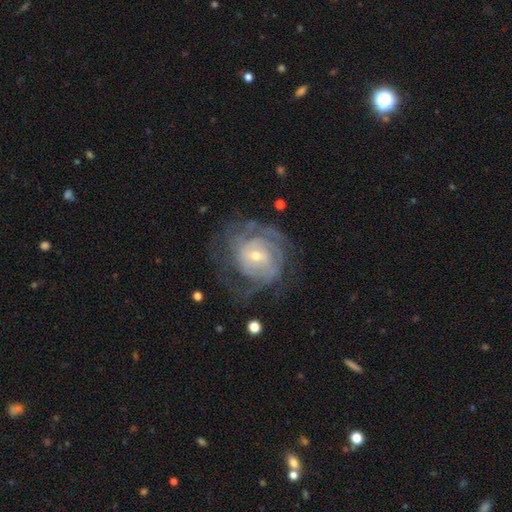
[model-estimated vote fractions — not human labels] Smooth or featured? Predicted: featured or disk (p=0.82). Edge-on disk? Predicted: no (p=0.97). Bar? Predicted: no (p=0.62). Spiral arms? Predicted: yes (p=0.89). Spiral winding? Predicted: tight (p=0.67). Spiral arm count? Predicted: can't tell (p=0.46). Bulge size? Predicted: small (p=0.58). Merging? Predicted: none (p=0.61).